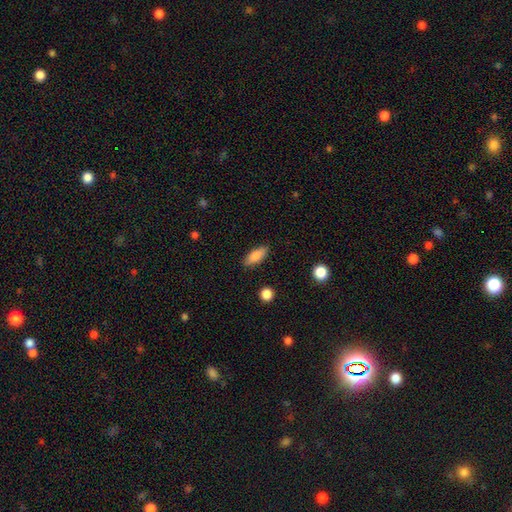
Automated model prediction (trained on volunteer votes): A smooth galaxy with no disk features (85%) that is in between round and cigar-shaped (75%).

Vote fractions:
- Smooth or featured? smooth: 85% / featured or disk: 8% / star or artifact: 7%
- How rounded? in between: 75% / cigar-shaped: 22% / round: 3%
- Merging? none: 86% / minor disturbance: 10% / major disturbance: 2% / merger: 1%